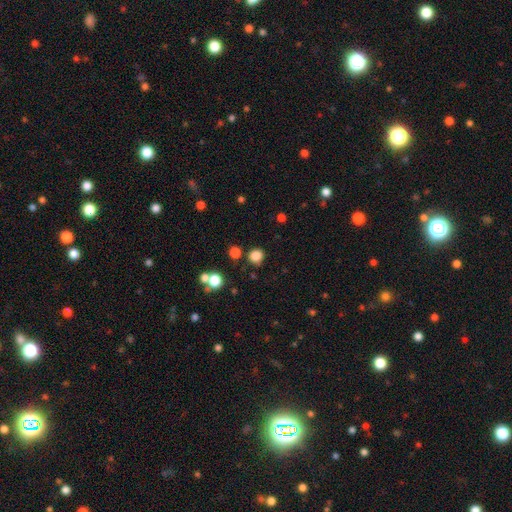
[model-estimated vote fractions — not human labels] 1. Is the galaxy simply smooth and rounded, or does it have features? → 82% smooth, 14% star or artifact, 4% featured or disk.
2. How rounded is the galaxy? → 90% round, 9% in between, 1% cigar-shaped.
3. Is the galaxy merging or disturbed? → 83% none, 9% minor disturbance, 5% merger, 3% major disturbance.